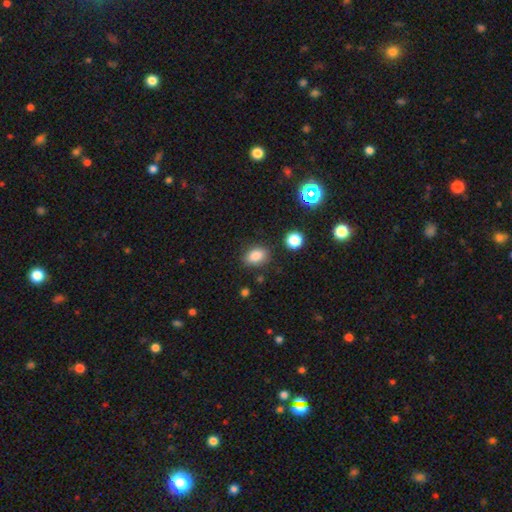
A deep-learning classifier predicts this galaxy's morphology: smooth 84%, star or artifact 10%, featured or disk 5%. Down the decision tree: how rounded — in between (79%); merging — none (81%).